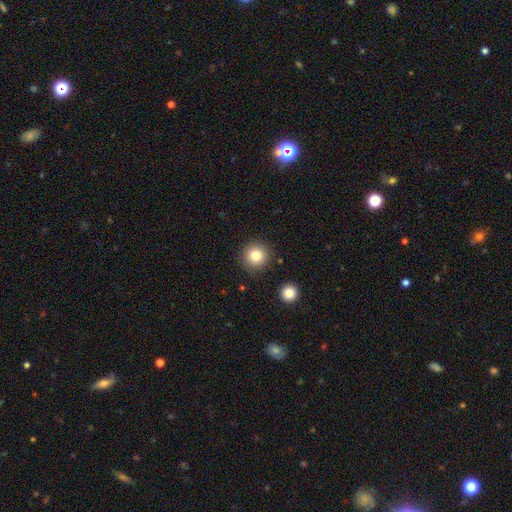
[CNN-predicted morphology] The model was most divided on "smooth or featured": smooth: 82%, star or artifact: 11%, featured or disk: 8%. More confident: how rounded — round (94%); merging — none (87%).